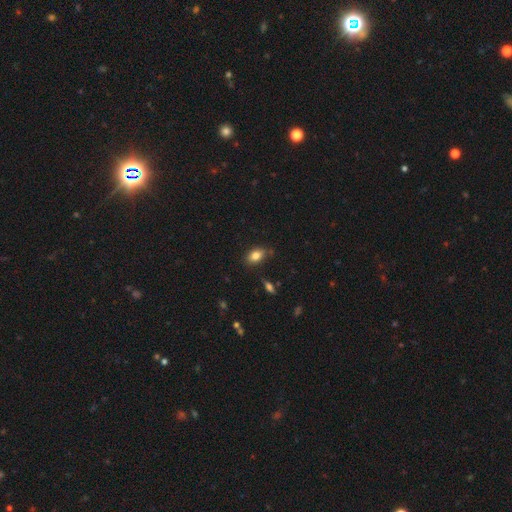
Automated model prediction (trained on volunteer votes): Smooth or featured?
  - smooth: 82% *
  - star or artifact: 9%
  - featured or disk: 9%
How rounded?
  - in between: 86% *
  - round: 11%
  - cigar-shaped: 3%
Merging?
  - none: 79% *
  - minor disturbance: 15%
  - merger: 3%
  - major disturbance: 3%